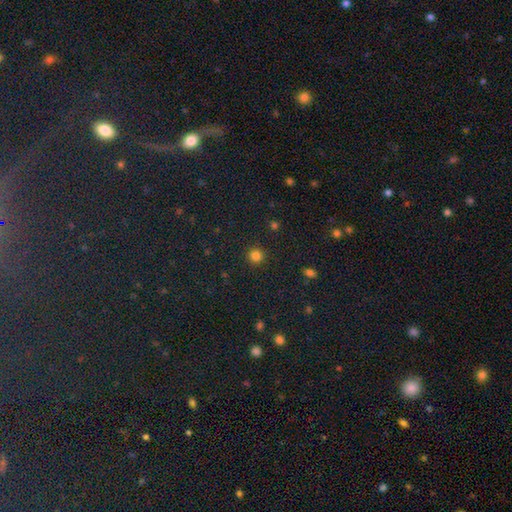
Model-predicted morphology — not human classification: This is clearly a smooth galaxy (81%). How rounded: clearly round (95%). Merging: clearly none (92%).